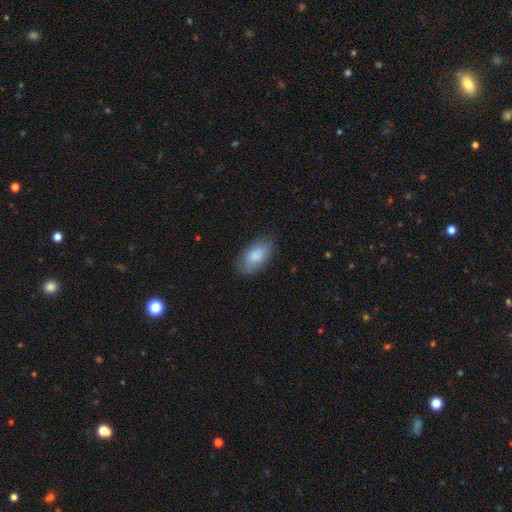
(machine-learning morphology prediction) Smooth or featured: smooth — 82% (featured or disk — 11%)
How rounded: in between — 93% (round — 4%)
Merging: none — 78% (minor disturbance — 17%)